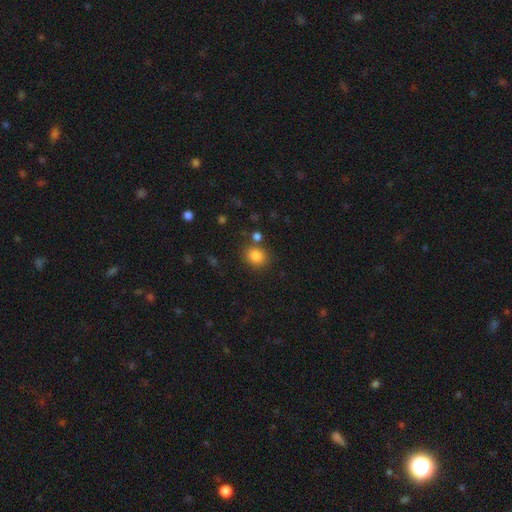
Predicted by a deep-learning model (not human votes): smooth_or_featured: smooth (p=0.84) [alt: star or artifact p=0.11]
how_rounded: round (p=0.68) [alt: in between p=0.31]
merging: none (p=0.76) [alt: minor disturbance p=0.11]